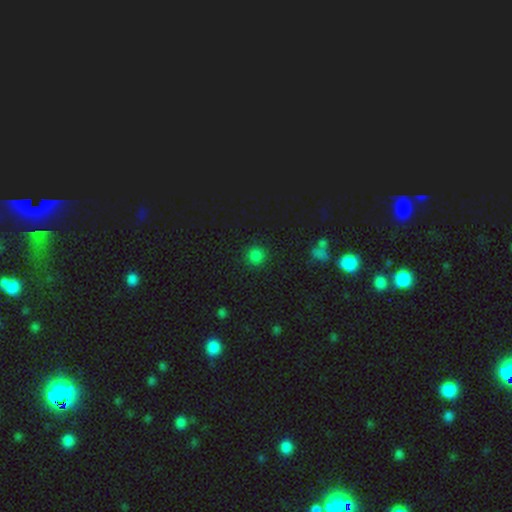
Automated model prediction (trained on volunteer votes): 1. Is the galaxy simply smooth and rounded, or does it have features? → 79% smooth, 17% star or artifact, 4% featured or disk.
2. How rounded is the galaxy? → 92% round, 7% in between, 1% cigar-shaped.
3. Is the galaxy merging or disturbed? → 89% none, 6% minor disturbance, 3% major disturbance, 2% merger.